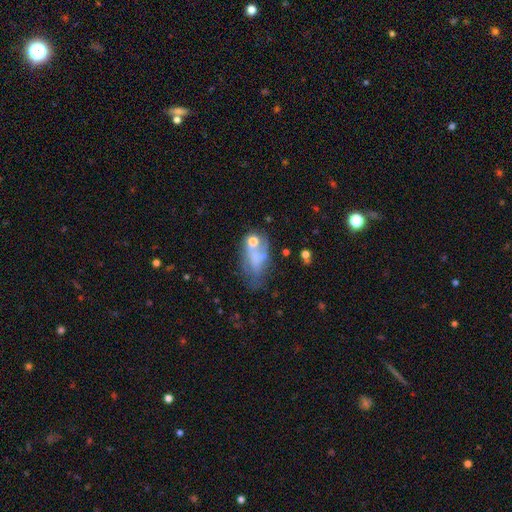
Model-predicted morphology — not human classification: A smooth galaxy with no disk features (49%). Merging: none (32%).